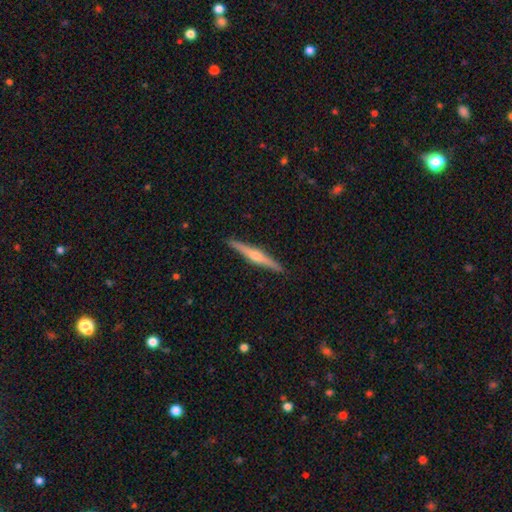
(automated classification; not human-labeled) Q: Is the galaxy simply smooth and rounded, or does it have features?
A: featured or disk — 75%.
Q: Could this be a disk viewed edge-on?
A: yes — 98%.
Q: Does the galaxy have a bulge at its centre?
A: rounded — 90%.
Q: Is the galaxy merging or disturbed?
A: none — 92%.